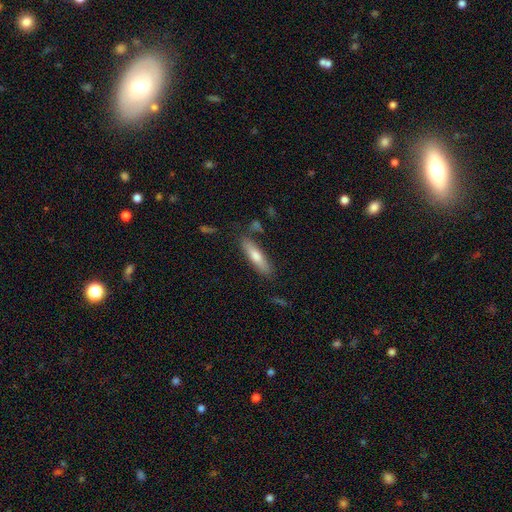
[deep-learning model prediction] This appears to be a smooth galaxy with no disk features (67%) that is cigar-shaped (72%). Merging: none (78%).